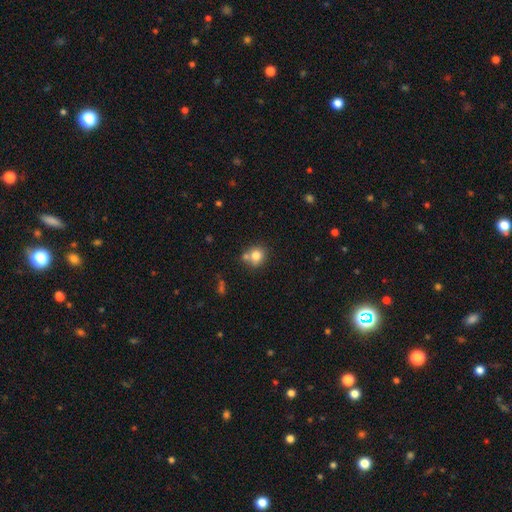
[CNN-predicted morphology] This appears to be a smooth galaxy with no disk features (79%) that is round (80%). Merging: none (60%).